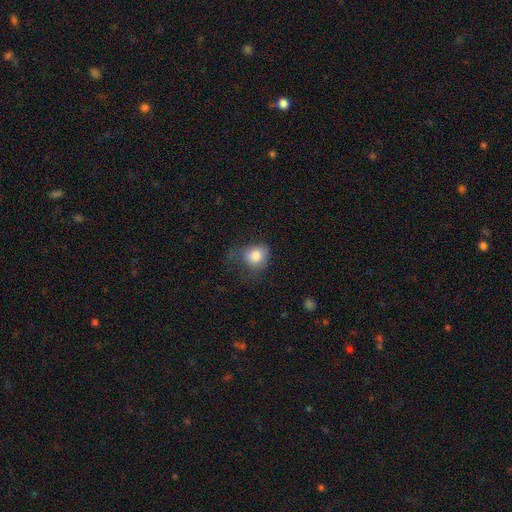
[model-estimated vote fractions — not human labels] Q: Smooth or featured?
A: smooth (81%); runner-up: star or artifact (10%)
Q: How rounded?
A: round (68%); runner-up: in between (31%)
Q: Merging?
A: none (42%); runner-up: minor disturbance (32%)